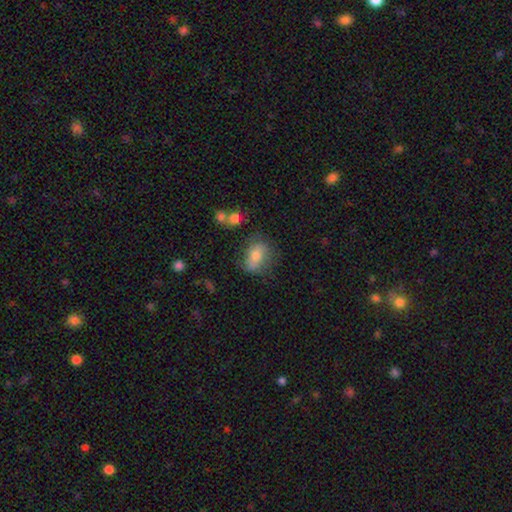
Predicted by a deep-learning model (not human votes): smooth_or_featured: smooth (p=0.67) [alt: featured or disk p=0.23]
how_rounded: in between (p=0.76) [alt: round p=0.21]
merging: none (p=0.62) [alt: minor disturbance p=0.23]